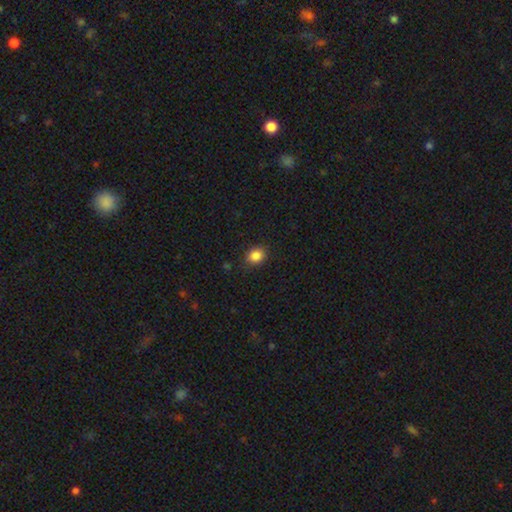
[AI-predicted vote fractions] Smooth or featured?
  - smooth: 86% *
  - star or artifact: 10%
  - featured or disk: 4%
How rounded?
  - round: 58% *
  - in between: 41%
  - cigar-shaped: 1%
Merging?
  - none: 86% *
  - minor disturbance: 11%
  - major disturbance: 3%
  - merger: 1%